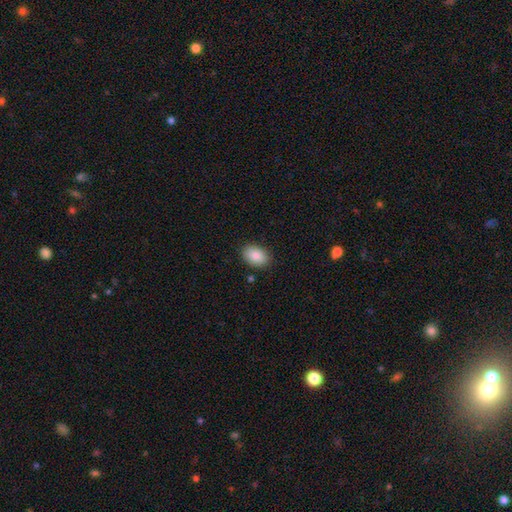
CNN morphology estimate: This appears to be a smooth galaxy with no disk features (87%) that is in between round and cigar-shaped (84%). Merging: none (87%).